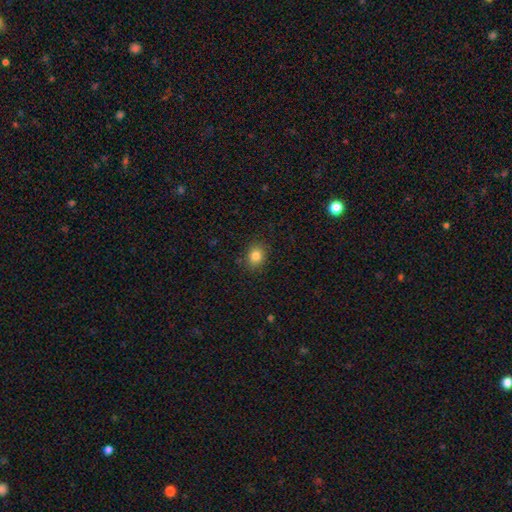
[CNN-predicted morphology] This appears to be a smooth galaxy with no disk features (83%) that is round (53%). Merging: none (87%).